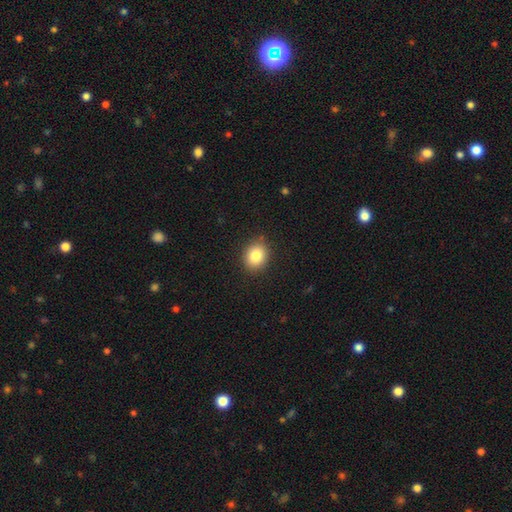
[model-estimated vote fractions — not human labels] This appears to be a smooth galaxy with no disk features (85%) that is round (58%). Merging: none (87%).